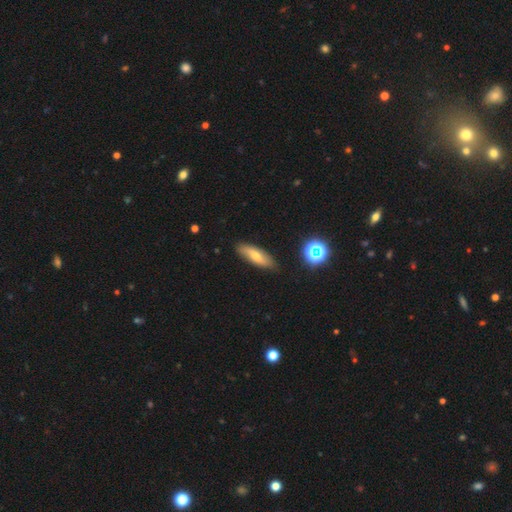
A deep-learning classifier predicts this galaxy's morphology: Smooth or featured? Predicted: smooth (p=0.59). How rounded? Predicted: in between (p=0.56). Merging? Predicted: none (p=0.82).